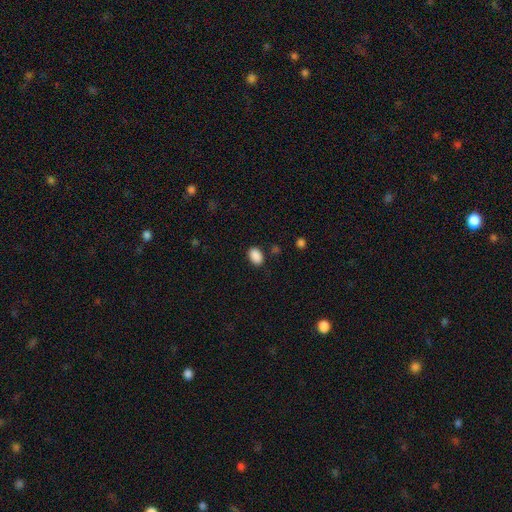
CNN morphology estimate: The model was most divided on "how rounded": in between: 84%, round: 15%, cigar-shaped: 1%. More confident: smooth or featured — smooth (89%); merging — none (85%).